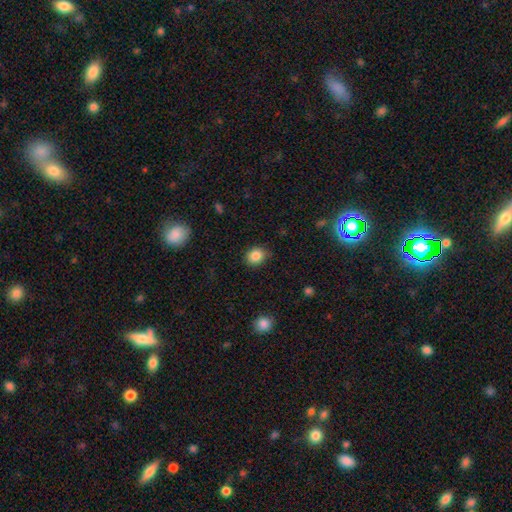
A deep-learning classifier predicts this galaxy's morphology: This is clearly a smooth galaxy (85%). How rounded: likely round (68%). Merging: clearly none (82%).